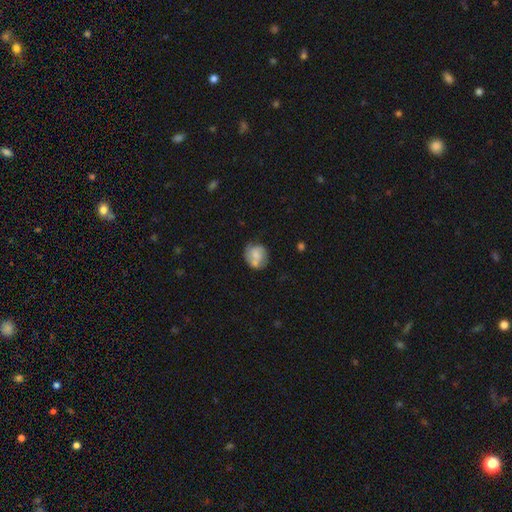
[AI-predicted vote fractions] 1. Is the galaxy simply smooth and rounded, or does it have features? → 53% smooth, 39% featured or disk, 8% star or artifact.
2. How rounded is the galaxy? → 74% round, 25% in between, 1% cigar-shaped.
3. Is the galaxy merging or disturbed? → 51% none, 22% minor disturbance, 19% merger, 9% major disturbance.